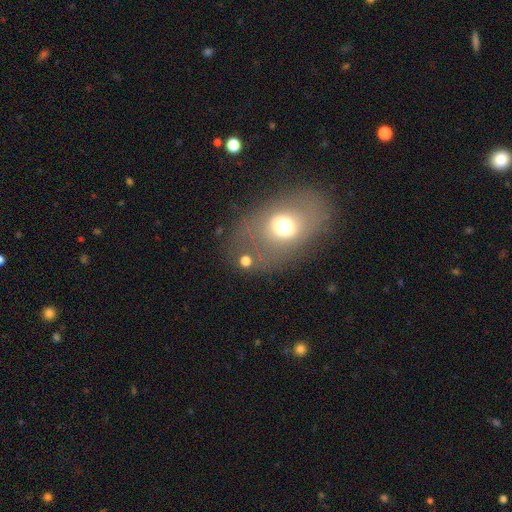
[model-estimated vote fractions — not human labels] Smooth or featured: smooth — 60% (featured or disk — 24%)
How rounded: in between — 76% (round — 22%)
Merging: none — 77% (minor disturbance — 14%)